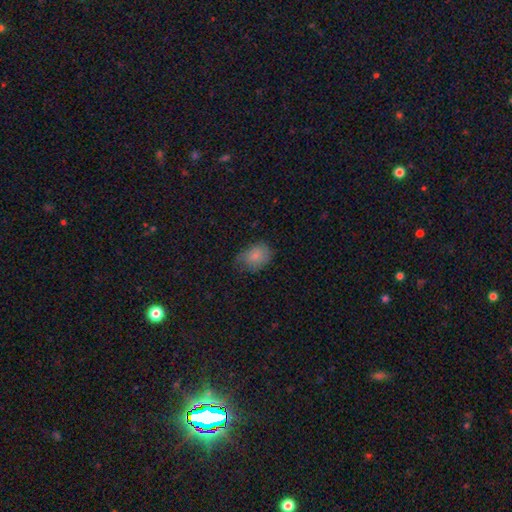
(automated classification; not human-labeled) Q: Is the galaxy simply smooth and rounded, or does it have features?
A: smooth — 82%.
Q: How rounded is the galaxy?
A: in between — 65%.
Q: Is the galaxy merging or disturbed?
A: none — 58%.